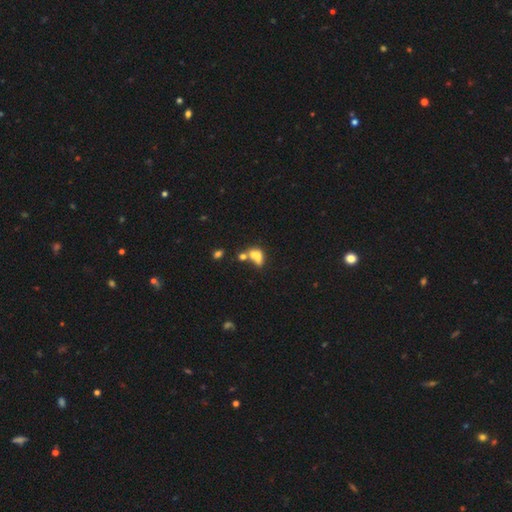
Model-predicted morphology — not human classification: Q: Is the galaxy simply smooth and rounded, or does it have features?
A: smooth — 66%.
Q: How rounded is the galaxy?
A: in between — 73%.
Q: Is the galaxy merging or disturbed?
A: merger — 52%.